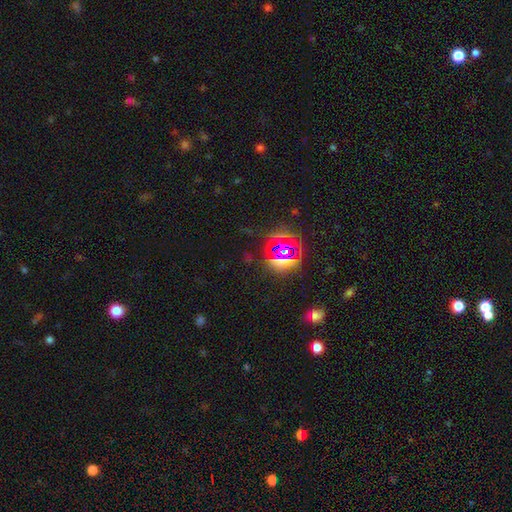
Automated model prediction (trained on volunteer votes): smooth_or_featured: star or artifact (p=0.57) [alt: smooth p=0.27]